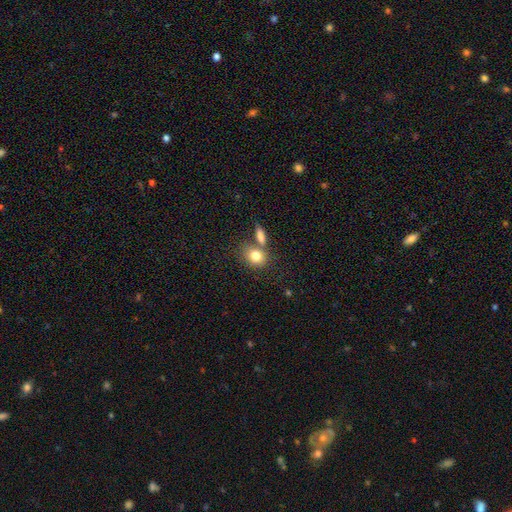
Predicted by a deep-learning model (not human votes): Morphology: type=smooth (80%); roundness=in between (50%); merging=none (50%).